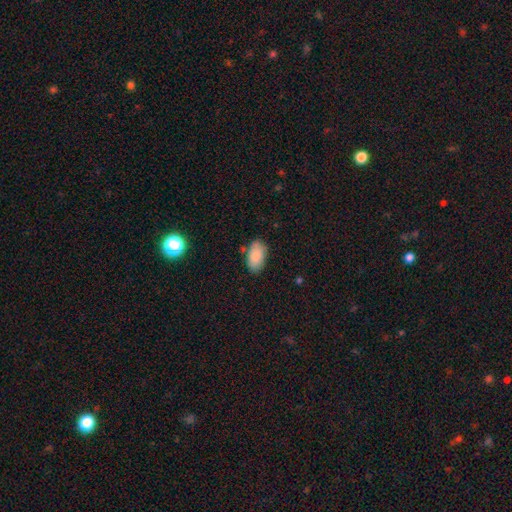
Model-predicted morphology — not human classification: Smooth or featured?
  - smooth: 88% *
  - star or artifact: 7%
  - featured or disk: 5%
How rounded?
  - in between: 94% *
  - round: 4%
  - cigar-shaped: 2%
Merging?
  - none: 80% *
  - minor disturbance: 14%
  - major disturbance: 3%
  - merger: 3%